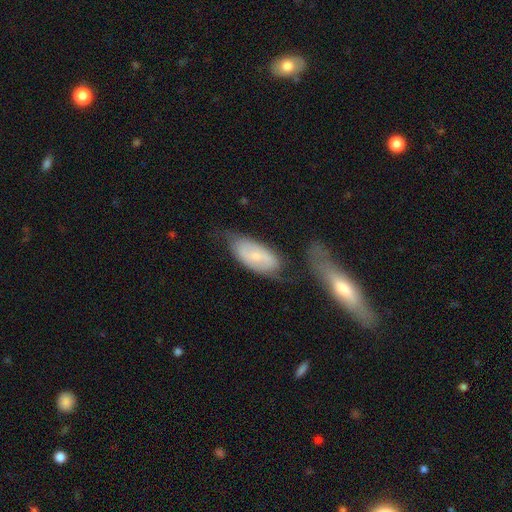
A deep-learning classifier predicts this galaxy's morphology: smooth_or_featured: smooth (p=0.52) [alt: featured or disk p=0.42]
how_rounded: in between (p=0.88) [alt: cigar-shaped p=0.09]
merging: none (p=0.52) [alt: minor disturbance p=0.24]